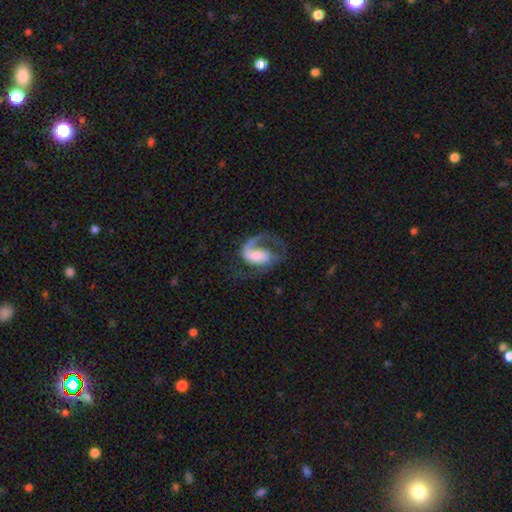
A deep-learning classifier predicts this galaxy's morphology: Smooth or featured? Predicted: featured or disk (p=0.81). Edge-on disk? Predicted: no (p=0.97). Bar? Predicted: weak (p=0.41). Spiral arms? Predicted: yes (p=0.94). Spiral winding? Predicted: medium (p=0.46). Spiral arm count? Predicted: 1 (p=0.58). Bulge size? Predicted: moderate (p=0.42). Merging? Predicted: none (p=0.45).